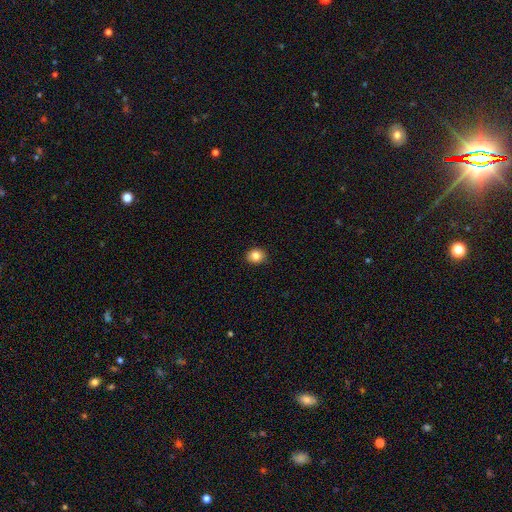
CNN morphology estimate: Smooth or featured?
  - smooth: 85% *
  - star or artifact: 10%
  - featured or disk: 6%
How rounded?
  - round: 69% *
  - in between: 30%
  - cigar-shaped: 1%
Merging?
  - none: 89% *
  - minor disturbance: 8%
  - major disturbance: 2%
  - merger: 1%